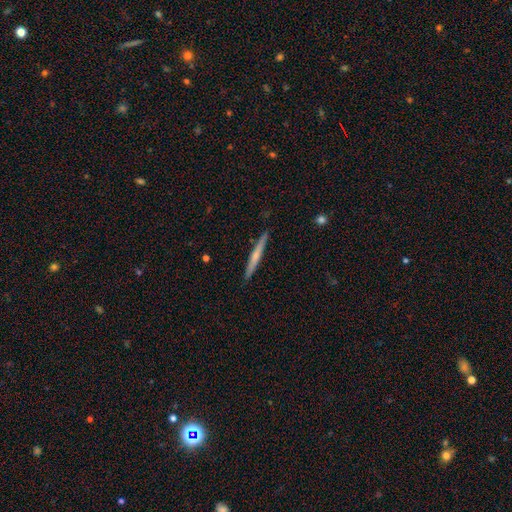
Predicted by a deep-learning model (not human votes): smooth-or-featured: featured or disk: 51% | smooth: 44% | star or artifact: 5%
  disk-edge-on: yes: 97% | no: 3%
  merging: none: 90% | minor disturbance: 7% | major disturbance: 1% | merger: 1%